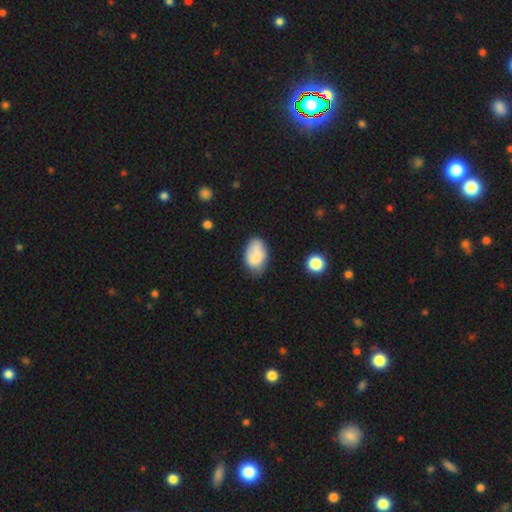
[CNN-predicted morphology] smooth 81%, featured or disk 12%, star or artifact 8%. Down the decision tree: how rounded — in between (91%); merging — none (64%).